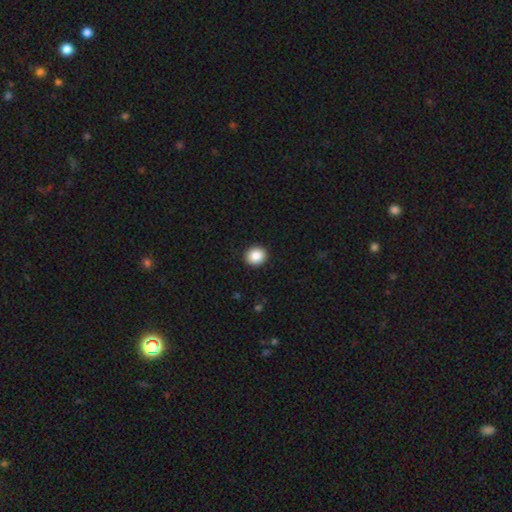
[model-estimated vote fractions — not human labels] Smooth or featured? Predicted: smooth (p=0.87). How rounded? Predicted: round (p=0.81). Merging? Predicted: none (p=0.92).